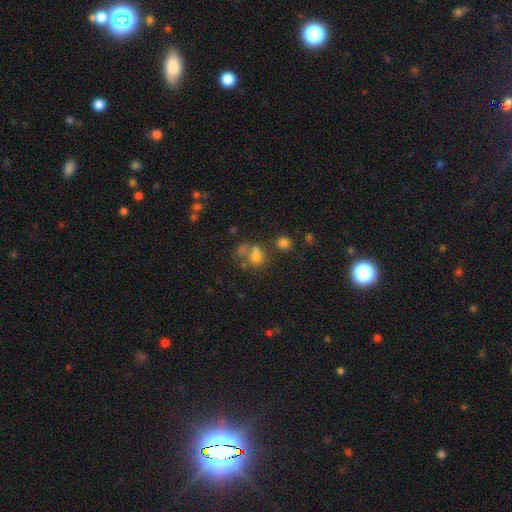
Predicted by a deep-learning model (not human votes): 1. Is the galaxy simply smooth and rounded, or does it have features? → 51% smooth, 31% star or artifact, 18% featured or disk.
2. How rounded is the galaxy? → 69% round, 29% in between, 1% cigar-shaped.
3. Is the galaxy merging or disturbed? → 43% none, 36% merger, 11% minor disturbance, 10% major disturbance.